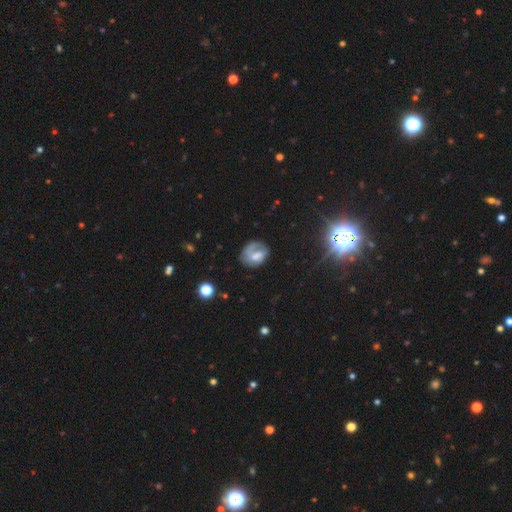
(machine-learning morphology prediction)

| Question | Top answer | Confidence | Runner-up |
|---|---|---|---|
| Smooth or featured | smooth | 48% | featured or disk (42%) |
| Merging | none | 50% | minor disturbance (25%) |